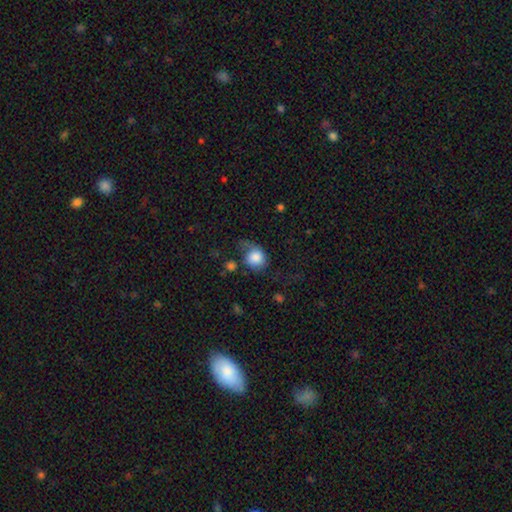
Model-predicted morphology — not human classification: This is likely a smooth galaxy (78%). How rounded: likely round (70%). Merging: marginally none (40%).